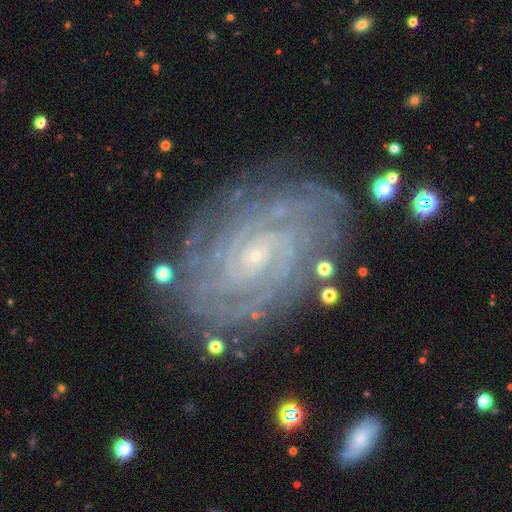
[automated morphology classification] Smooth or featured: featured or disk — 90% (star or artifact — 6%)
Edge-on disk: no — 97% (yes — 3%)
Bar: no — 58% (weak — 32%)
Spiral arms: yes — 98% (no — 2%)
Spiral winding: tight — 83% (medium — 14%)
Spiral arm count: can't tell — 25% (4 — 20%)
Bulge size: small — 83% (moderate — 12%)
Merging: none — 81% (minor disturbance — 14%)